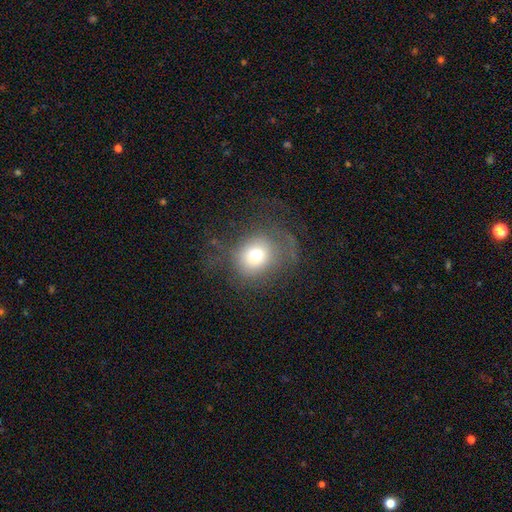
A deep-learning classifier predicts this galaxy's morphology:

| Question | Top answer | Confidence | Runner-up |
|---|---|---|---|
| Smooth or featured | smooth | 67% | featured or disk (18%) |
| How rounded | round | 78% | in between (21%) |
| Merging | none | 56% | major disturbance (25%) |